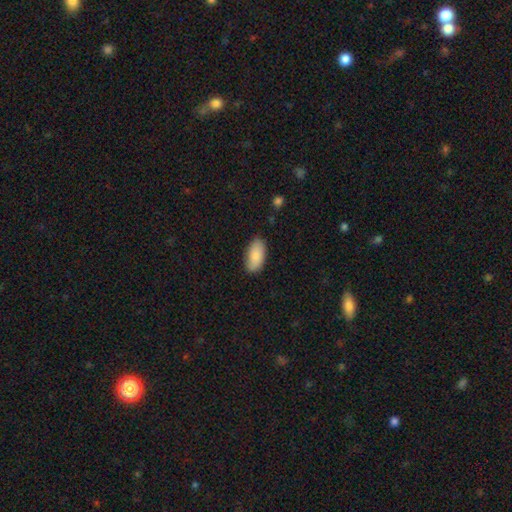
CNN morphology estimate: This is clearly a smooth galaxy (87%). How rounded: clearly in between (93%). Merging: clearly none (84%).